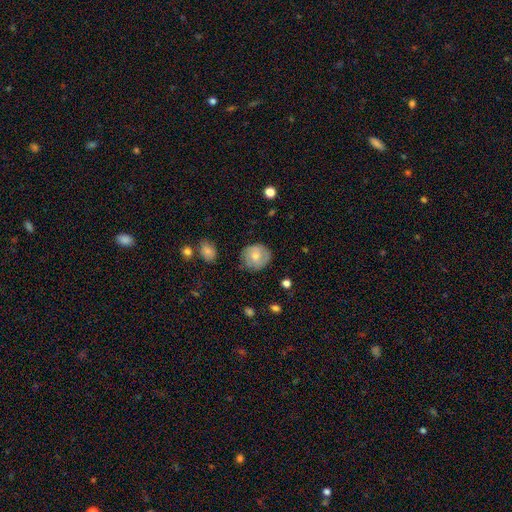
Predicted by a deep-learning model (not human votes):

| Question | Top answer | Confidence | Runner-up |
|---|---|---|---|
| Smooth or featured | smooth | 63% | featured or disk (30%) |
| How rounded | round | 82% | in between (18%) |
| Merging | none | 77% | minor disturbance (17%) |